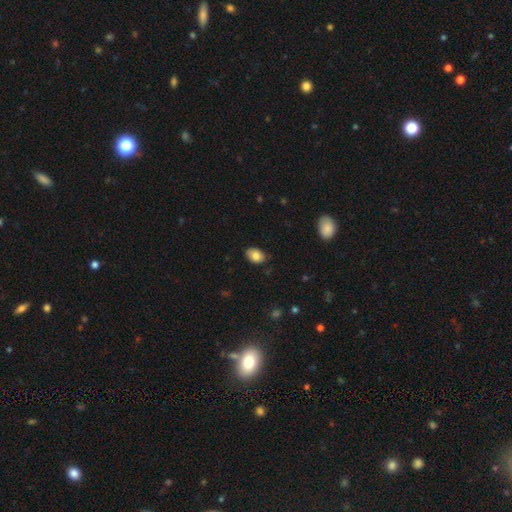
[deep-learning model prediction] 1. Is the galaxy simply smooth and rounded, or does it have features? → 83% smooth, 10% featured or disk, 8% star or artifact.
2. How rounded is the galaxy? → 81% in between, 18% round, 1% cigar-shaped.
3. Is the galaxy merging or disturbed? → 78% none, 18% minor disturbance, 3% major disturbance, 1% merger.